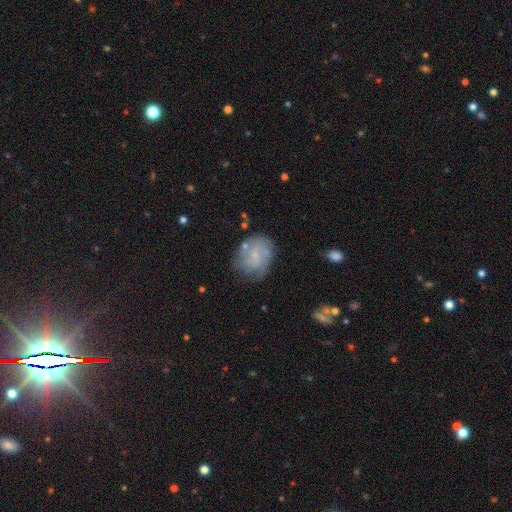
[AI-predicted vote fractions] smooth_or_featured: featured or disk (p=0.57) [alt: smooth p=0.34]
disk_edge_on: no (p=0.97) [alt: yes p=0.03]
bar: no (p=0.66) [alt: weak p=0.30]
has_spiral_arms: yes (p=0.75) [alt: no p=0.25]
bulge_size: small (p=0.69) [alt: none p=0.15]
merging: none (p=0.63) [alt: minor disturbance p=0.23]